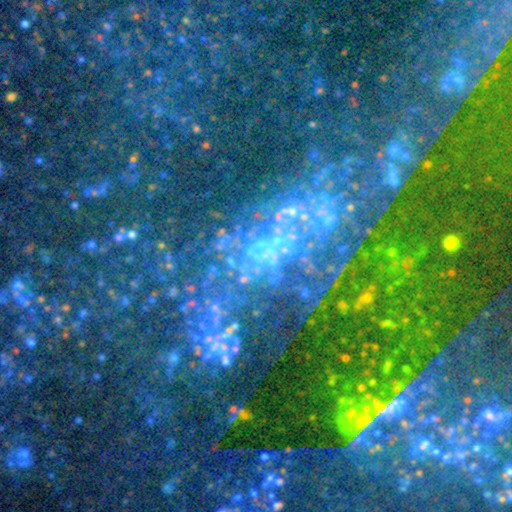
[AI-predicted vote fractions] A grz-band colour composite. It shows a featured or disk galaxy (60%) with no bar (73%), no spiral arms (55%) and a small central bulge (47%). Merging: none (45%).